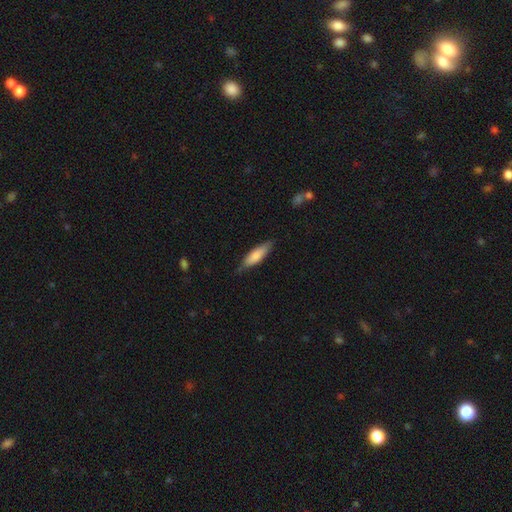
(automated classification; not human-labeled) Overall: smooth (78%). How rounded: cigar-shaped (59%; in between 40%). Merging: none (76%).